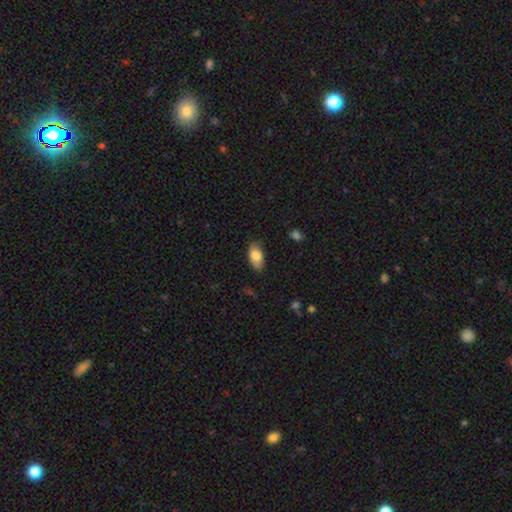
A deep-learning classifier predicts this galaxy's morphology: smooth_or_featured: smooth (p=0.81) [alt: featured or disk p=0.13]
how_rounded: in between (p=0.93) [alt: round p=0.04]
merging: none (p=0.78) [alt: minor disturbance p=0.18]